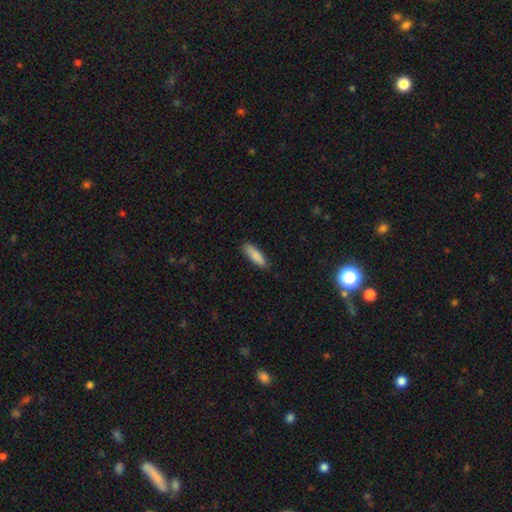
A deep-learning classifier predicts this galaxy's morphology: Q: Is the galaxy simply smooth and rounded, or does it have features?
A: smooth — 87%.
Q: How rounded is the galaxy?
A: cigar-shaped — 55%.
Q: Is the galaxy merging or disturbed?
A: none — 82%.